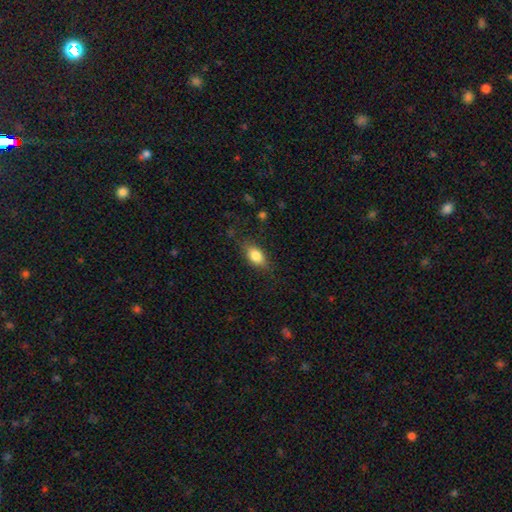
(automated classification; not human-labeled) Smooth or featured: smooth — 82% (featured or disk — 10%)
How rounded: in between — 84% (round — 10%)
Merging: none — 78% (minor disturbance — 16%)